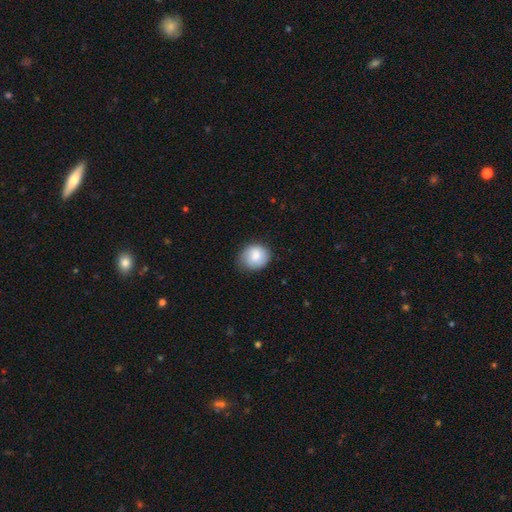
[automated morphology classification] type=smooth (83%); roundness=round (72%); merging=none (74%).